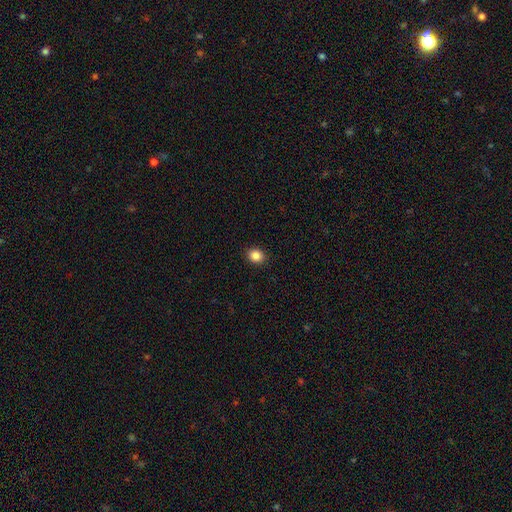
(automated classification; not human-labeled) Smooth or featured? smooth (86%)
How rounded? round (66%)
Merging? none (92%)